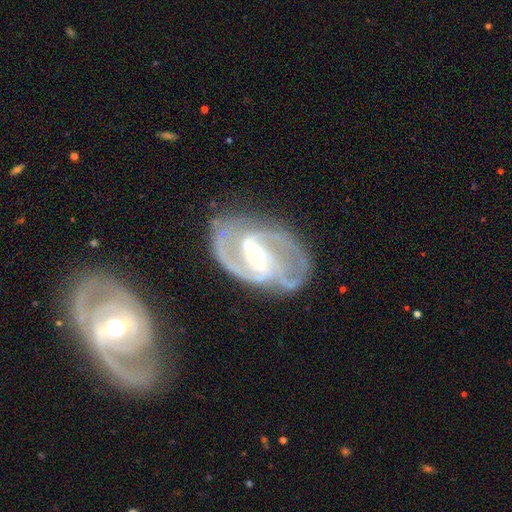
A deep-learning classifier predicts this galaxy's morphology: Smooth or featured: featured or disk — 91% (star or artifact — 5%)
Edge-on disk: no — 97% (yes — 3%)
Bar: strong — 49% (weak — 38%)
Spiral arms: yes — 97% (no — 3%)
Spiral winding: medium — 53% (tight — 33%)
Spiral arm count: 2 — 70% (3 — 15%)
Bulge size: small — 48% (tied with moderate — 48%)
Merging: none — 67% (minor disturbance — 19%)